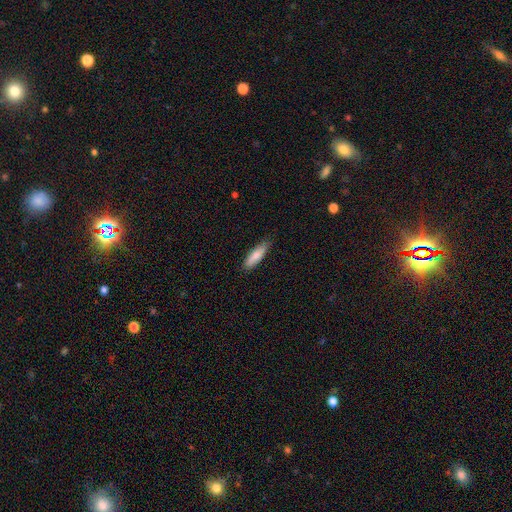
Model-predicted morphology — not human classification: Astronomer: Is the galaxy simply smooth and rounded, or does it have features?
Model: smooth — 82%.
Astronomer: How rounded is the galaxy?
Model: cigar-shaped — 63%.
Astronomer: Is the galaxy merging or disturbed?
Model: none — 84%.